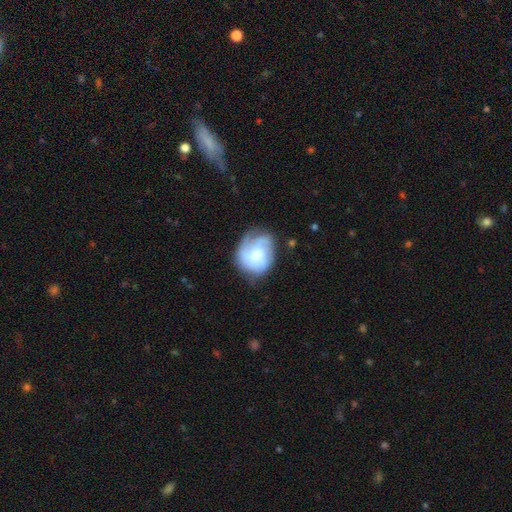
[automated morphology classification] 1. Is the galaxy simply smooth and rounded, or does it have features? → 62% featured or disk, 31% smooth, 7% star or artifact.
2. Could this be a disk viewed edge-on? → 97% no, 3% yes.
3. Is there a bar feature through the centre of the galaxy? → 72% no, 24% weak, 4% strong.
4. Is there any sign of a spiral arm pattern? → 86% yes, 14% no.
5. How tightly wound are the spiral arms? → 42% tight, 39% medium, 19% loose.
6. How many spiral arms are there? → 32% 3, 30% can't tell, 17% 2, 10% 4, 7% 1, 4% more than 4.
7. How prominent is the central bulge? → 50% moderate, 40% small, 6% large, 3% none, 1% dominant.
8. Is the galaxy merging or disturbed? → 56% none, 27% minor disturbance, 15% major disturbance, 2% merger.